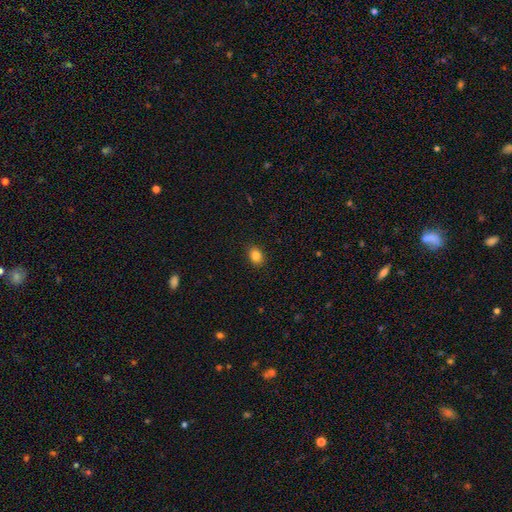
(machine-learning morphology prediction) This is clearly a smooth galaxy (84%). How rounded: likely in between (65%). Merging: clearly none (89%).